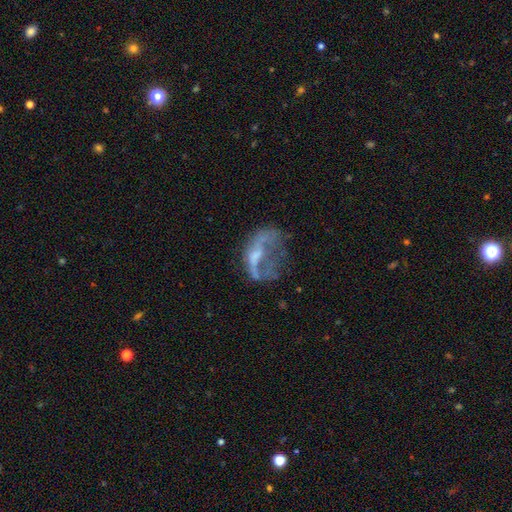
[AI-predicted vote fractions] Q: Smooth or featured?
A: featured or disk (56%); runner-up: smooth (30%)
Q: Edge-on disk?
A: no (95%); runner-up: yes (5%)
Q: Bar?
A: no (75%); runner-up: weak (18%)
Q: Spiral arms?
A: no (82%); runner-up: yes (18%)
Q: Bulge size?
A: none (39%); runner-up: small (31%)
Q: Merging?
A: major disturbance (49%); runner-up: none (26%)